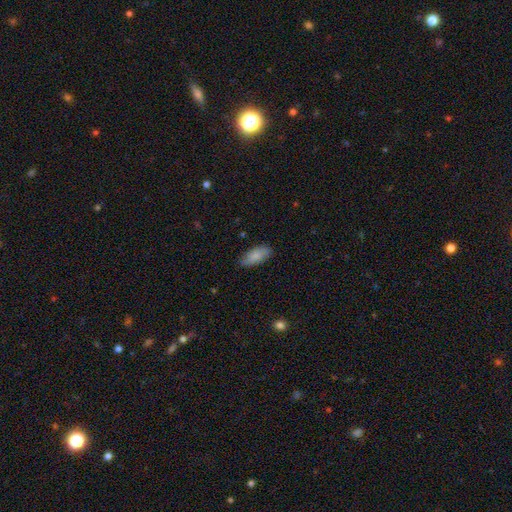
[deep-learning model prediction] Q: Smooth or featured?
A: smooth (85%); runner-up: featured or disk (9%)
Q: How rounded?
A: in between (85%); runner-up: cigar-shaped (13%)
Q: Merging?
A: none (84%); runner-up: minor disturbance (13%)